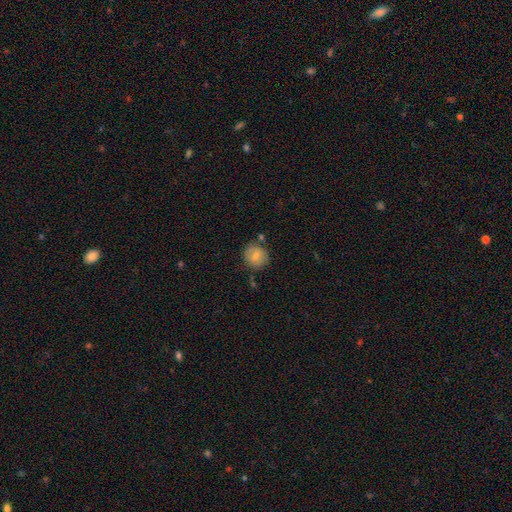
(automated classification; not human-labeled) A smooth galaxy with no disk features (73%) that is round (83%). Merging: none (72%).